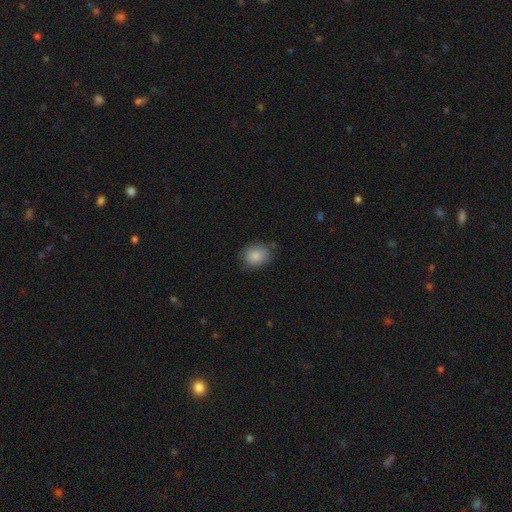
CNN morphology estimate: A smooth galaxy with no disk features (87%) that is round (65%). Merging: none (77%).